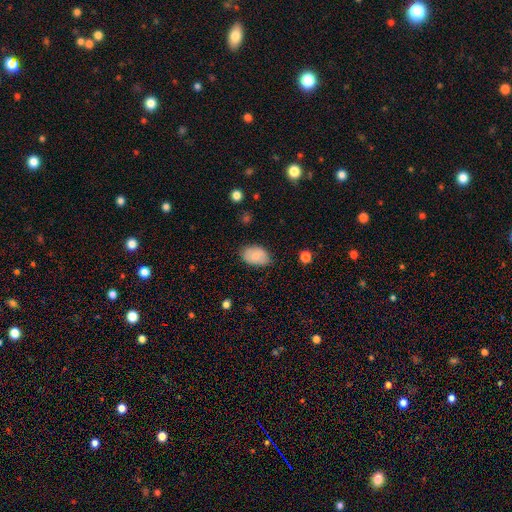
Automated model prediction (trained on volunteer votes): The model was most divided on "merging": none: 73%, minor disturbance: 22%, major disturbance: 4%, merger: 1%. More confident: how rounded — in between (86%); smooth or featured — smooth (73%).